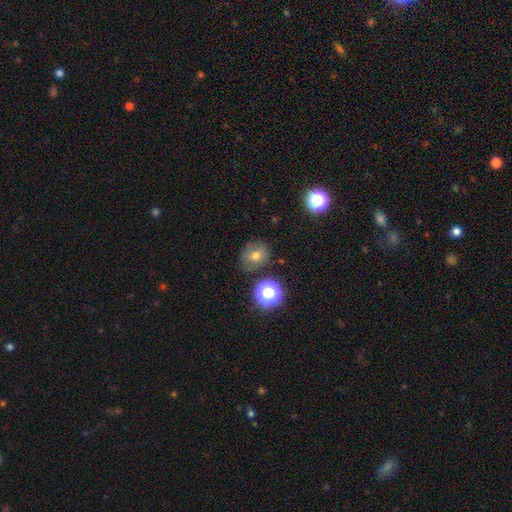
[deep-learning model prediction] Smooth or featured? smooth (69%)
How rounded? round (72%)
Merging? none (76%)